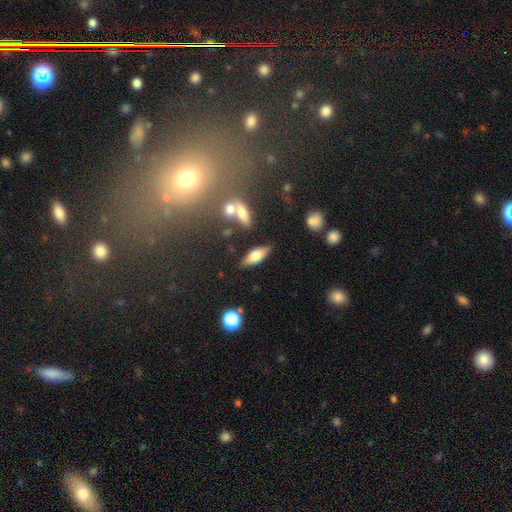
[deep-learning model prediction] Overall: smooth (65%; featured or disk 27%). How rounded: in between (71%). Merging: none (81%).